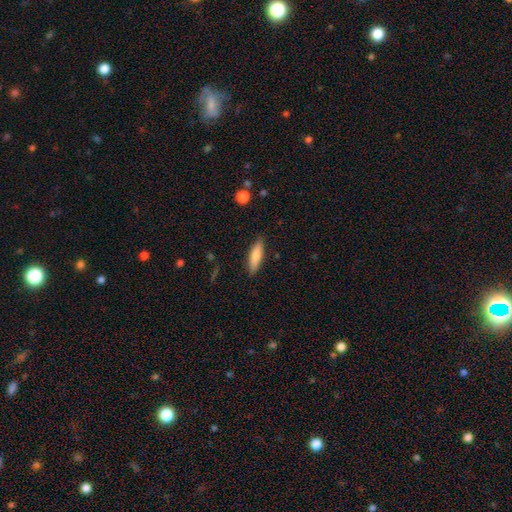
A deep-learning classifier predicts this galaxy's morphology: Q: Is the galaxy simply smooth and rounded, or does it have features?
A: smooth — 78%.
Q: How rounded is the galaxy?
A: cigar-shaped — 61%.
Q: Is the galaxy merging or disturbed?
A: none — 86%.